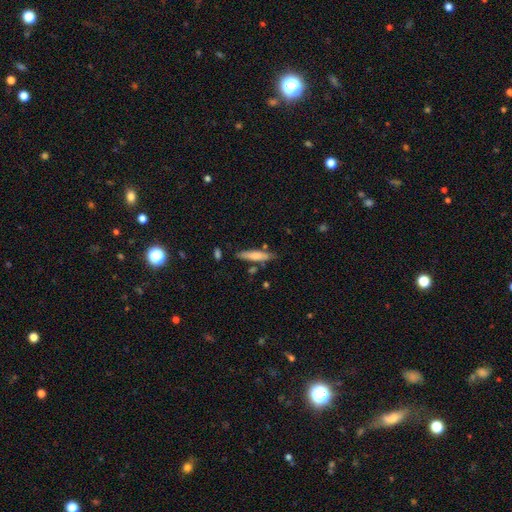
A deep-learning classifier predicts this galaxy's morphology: A smooth galaxy with no disk features (69%) that is cigar-shaped (82%). Merging: none (76%).